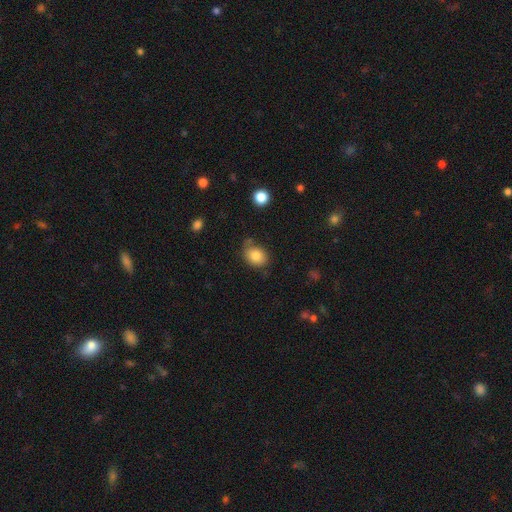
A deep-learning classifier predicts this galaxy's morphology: smooth-or-featured: smooth: 82% | star or artifact: 9% | featured or disk: 9%
  how-rounded: in between: 55% | round: 44% | cigar-shaped: 1%
  merging: none: 68% | minor disturbance: 21% | merger: 6% | major disturbance: 6%